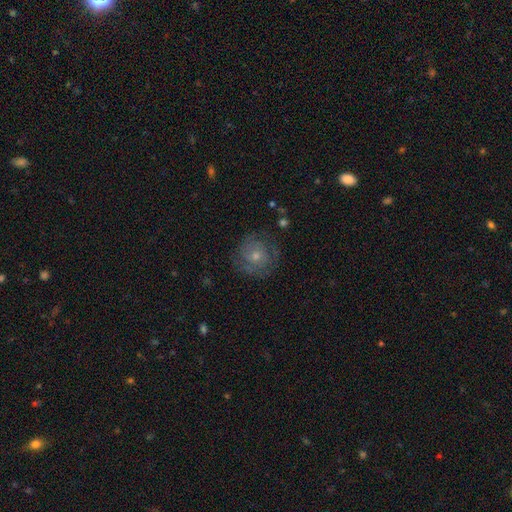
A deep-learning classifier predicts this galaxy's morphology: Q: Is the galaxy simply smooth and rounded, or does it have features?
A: featured or disk — 55%.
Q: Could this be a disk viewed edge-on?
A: no — 97%.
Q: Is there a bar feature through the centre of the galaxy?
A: no — 82%.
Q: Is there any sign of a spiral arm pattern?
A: yes — 76%.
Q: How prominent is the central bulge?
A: small — 50%.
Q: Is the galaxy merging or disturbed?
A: none — 78%.